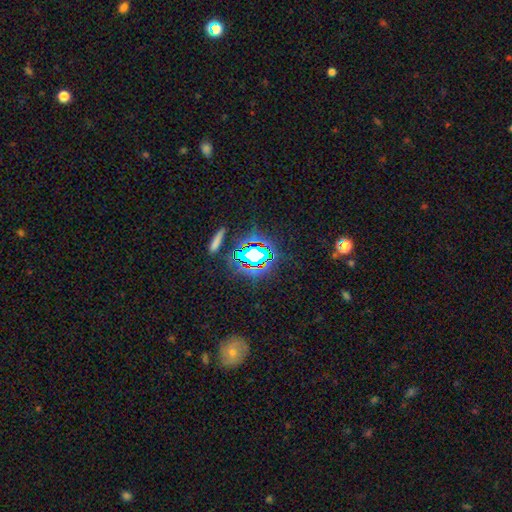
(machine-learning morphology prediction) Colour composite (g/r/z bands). It shows a star or artifact, not a galaxy (66%).